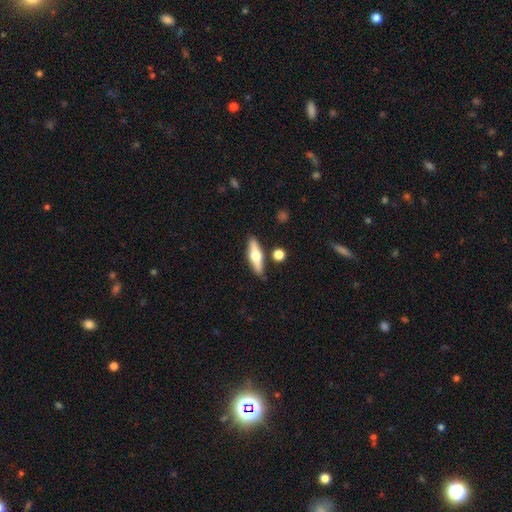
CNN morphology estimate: Smooth or featured: featured or disk — 52% (smooth — 42%)
Edge-on disk: yes — 91% (no — 9%)
Merging: none — 83% (minor disturbance — 10%)